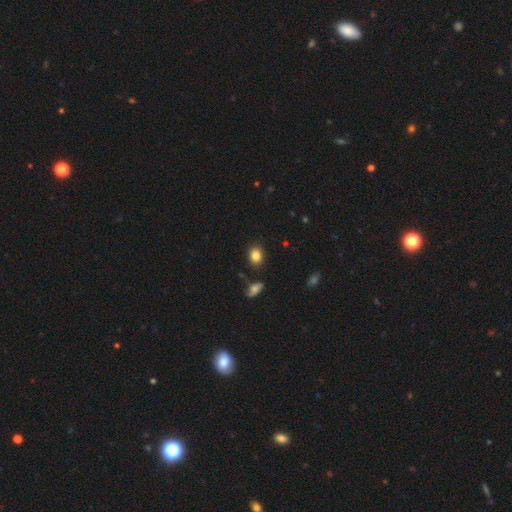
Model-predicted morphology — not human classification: The model was most divided on "how rounded": in between: 62%, round: 37%, cigar-shaped: 1%. More confident: smooth or featured — smooth (85%); merging — none (85%).